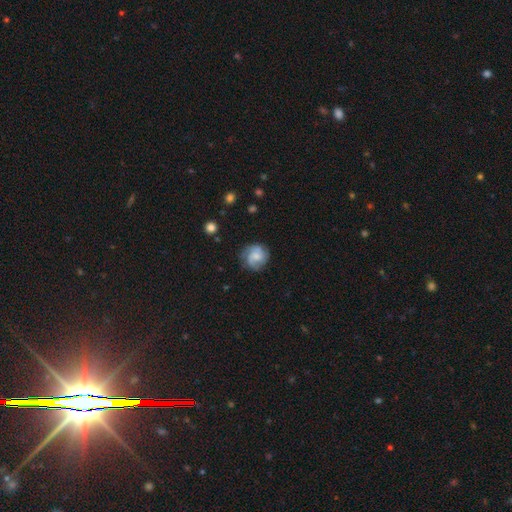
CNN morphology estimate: type=featured or disk (63%); edge-on=no (98%); bar=no (64%); spiral arms=yes (93%); winding=tight (43%); arm count=3 (37%); bulge=small (47%); merging=none (74%).